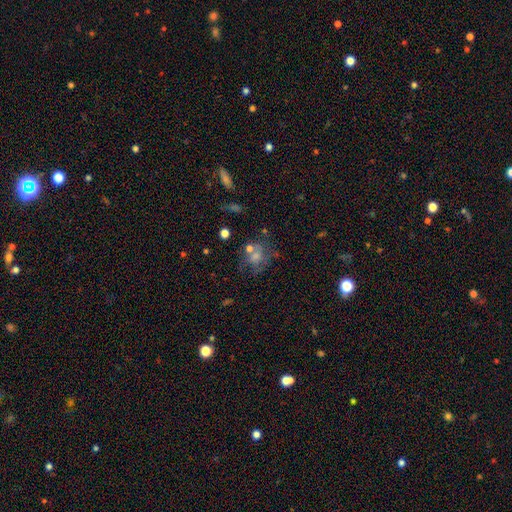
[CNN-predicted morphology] Smooth or featured: featured or disk — 37% (smooth — 35%)
Merging: none — 54% (minor disturbance — 18%)